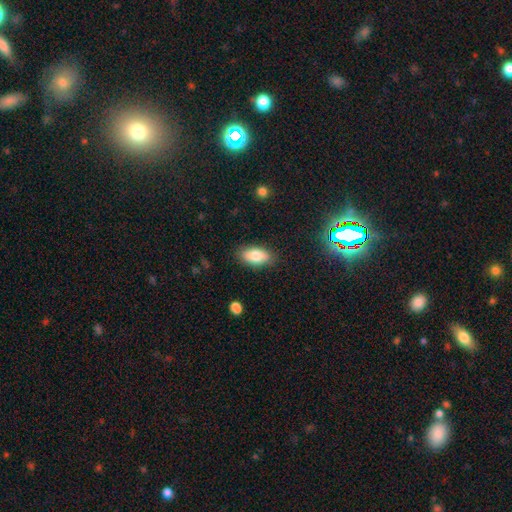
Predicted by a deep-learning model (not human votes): Smooth or featured?
  - smooth: 80% *
  - featured or disk: 13%
  - star or artifact: 7%
How rounded?
  - in between: 91% *
  - cigar-shaped: 5%
  - round: 4%
Merging?
  - none: 83% *
  - minor disturbance: 12%
  - major disturbance: 3%
  - merger: 1%